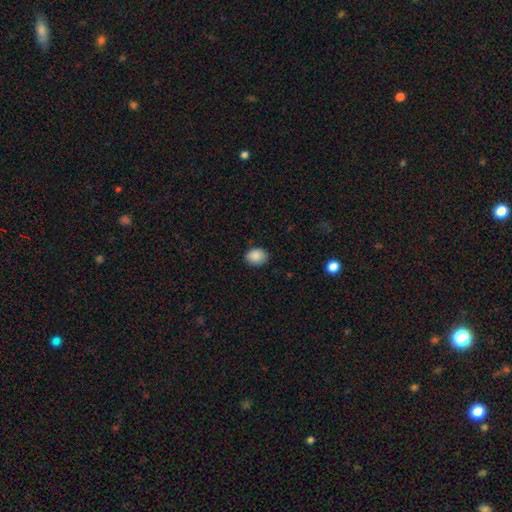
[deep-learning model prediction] smooth-or-featured: smooth: 88% | star or artifact: 8% | featured or disk: 4%
  how-rounded: in between: 61% | round: 38% | cigar-shaped: 1%
  merging: none: 84% | minor disturbance: 12% | major disturbance: 2% | merger: 1%